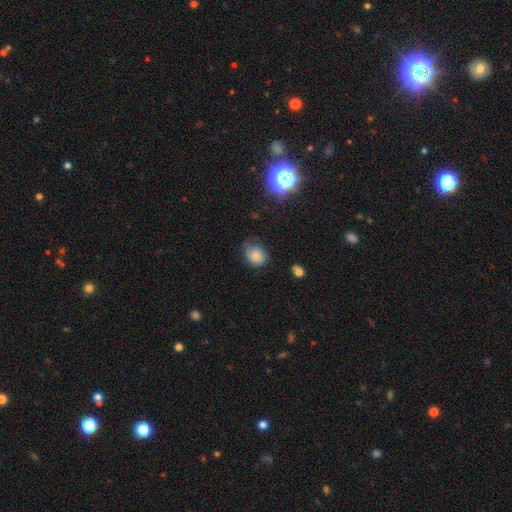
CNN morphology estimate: Smooth or featured: smooth — 79% (star or artifact — 12%)
How rounded: round — 56% (in between — 43%)
Merging: none — 53% (minor disturbance — 33%)